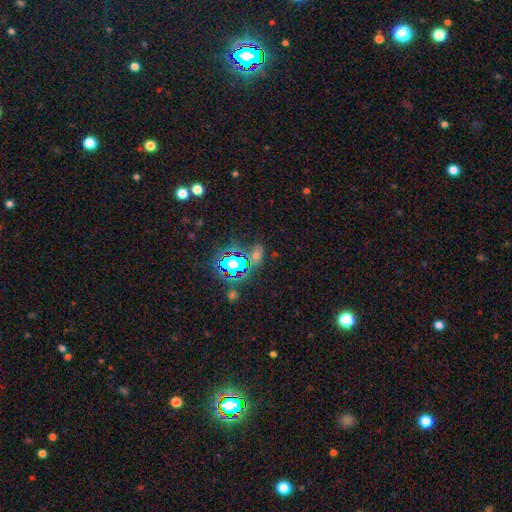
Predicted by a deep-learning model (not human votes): smooth-or-featured: star or artifact: 56% | smooth: 32% | featured or disk: 12%